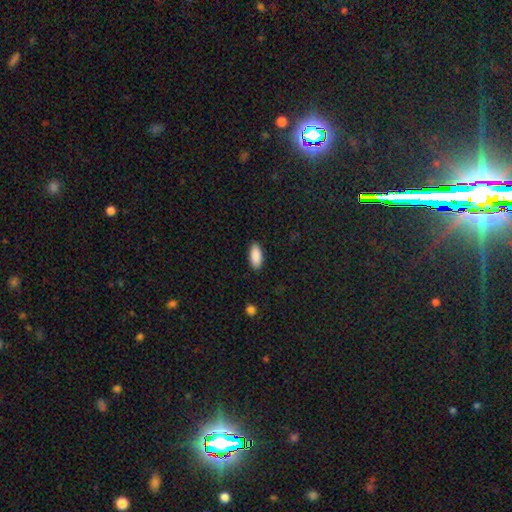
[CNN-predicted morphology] Overall: smooth (90%). How rounded: in between (88%). Merging: none (89%).